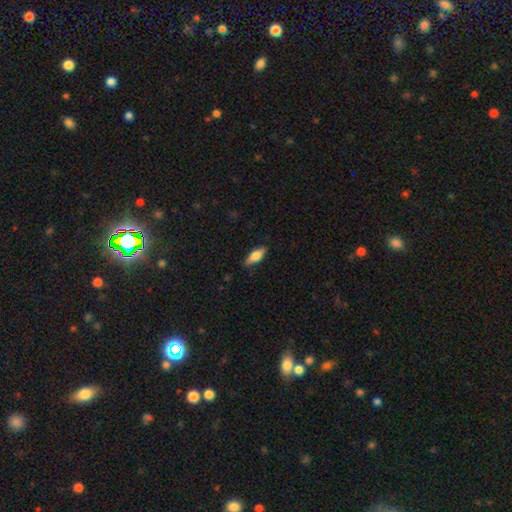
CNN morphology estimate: This appears to be a smooth galaxy with no disk features (68%) that is in between round and cigar-shaped (71%). Merging: none (83%).